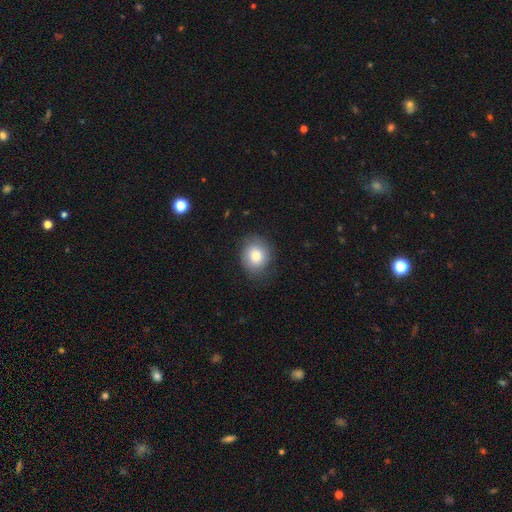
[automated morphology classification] Smooth or featured? smooth (81%)
How rounded? round (62%)
Merging? none (78%)